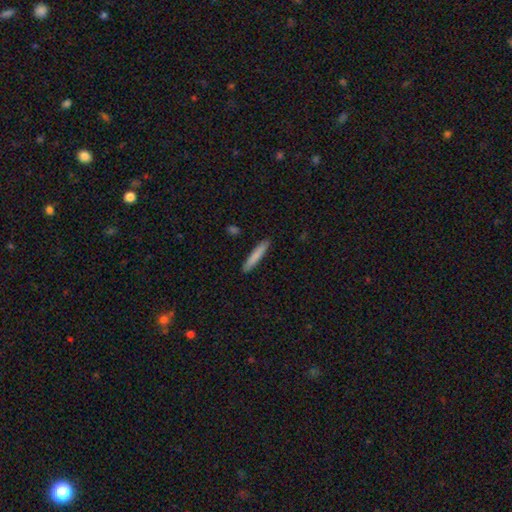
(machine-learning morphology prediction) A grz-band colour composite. It shows a smooth galaxy with no disk features (80%) that is cigar-shaped (94%). Merging: none (90%).